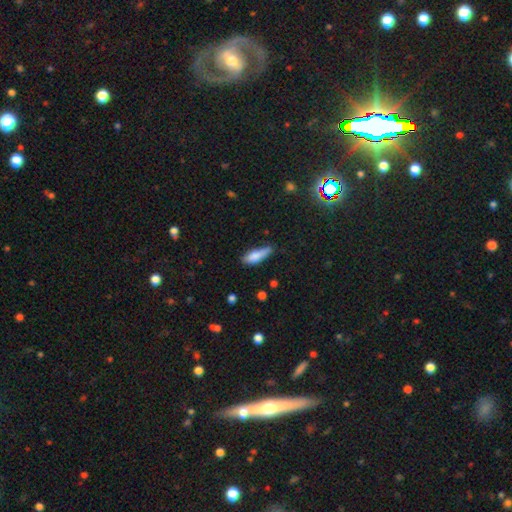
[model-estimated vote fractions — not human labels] Smooth or featured? Predicted: smooth (p=0.79). How rounded? Predicted: in between (p=0.55). Merging? Predicted: none (p=0.51).